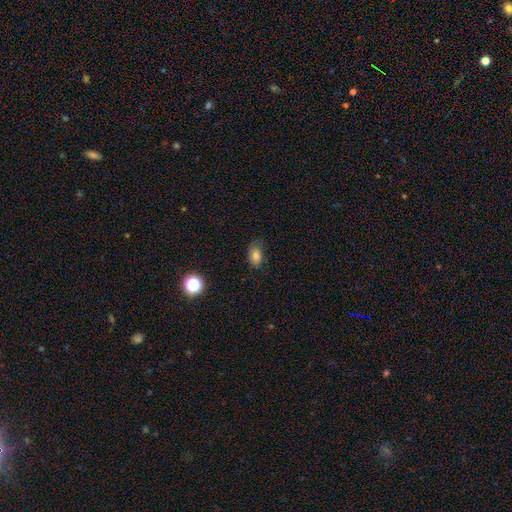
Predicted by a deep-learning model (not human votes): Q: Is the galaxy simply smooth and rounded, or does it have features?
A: smooth — 78%.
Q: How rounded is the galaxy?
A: in between — 85%.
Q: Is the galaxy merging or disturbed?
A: none — 62%.